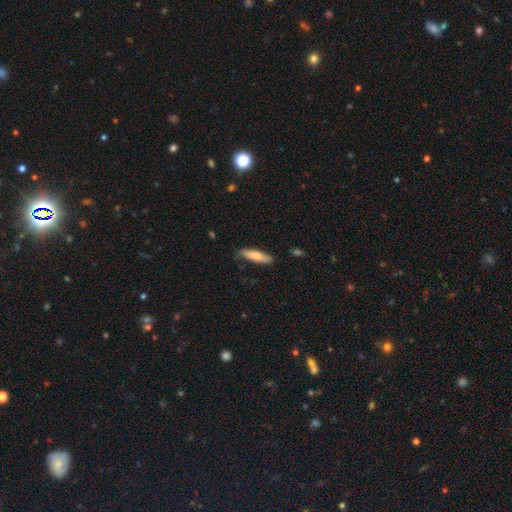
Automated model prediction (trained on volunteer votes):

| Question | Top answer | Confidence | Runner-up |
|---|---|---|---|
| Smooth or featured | smooth | 74% | featured or disk (20%) |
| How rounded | cigar-shaped | 73% | in between (26%) |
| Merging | none | 82% | minor disturbance (14%) |